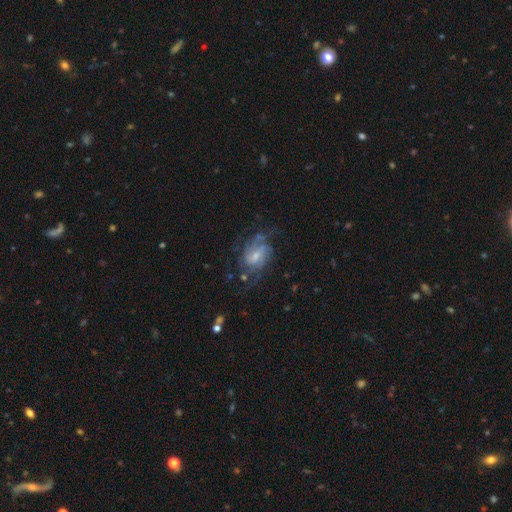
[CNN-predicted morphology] smooth-or-featured: featured or disk: 81% | smooth: 13% | star or artifact: 7%
  disk-edge-on: no: 97% | yes: 3%
    bar: weak: 54% | no: 30% | strong: 16%
    has-spiral-arms: yes: 92% | no: 8%
      spiral-winding: medium: 46% | tight: 31% | loose: 23%
      spiral-arm-count: 2: 34% | can't tell: 28% | 3: 19% | 4: 9% | 1: 5% | more than 4: 5%
    bulge-size: small: 44% | moderate: 40% | none: 9% | large: 6% | dominant: 1%
  merging: none: 54% | major disturbance: 23% | minor disturbance: 20% | merger: 3%